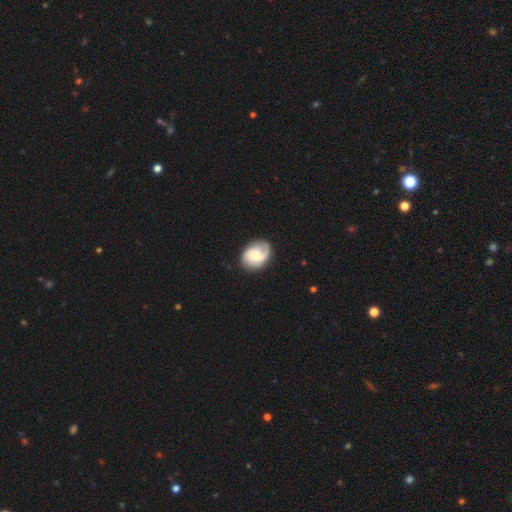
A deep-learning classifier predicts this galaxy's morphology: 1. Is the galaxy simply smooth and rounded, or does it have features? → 59% featured or disk, 35% smooth, 6% star or artifact.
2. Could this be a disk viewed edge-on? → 97% no, 3% yes.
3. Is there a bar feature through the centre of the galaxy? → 63% no, 32% weak, 6% strong.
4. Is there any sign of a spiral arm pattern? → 91% yes, 9% no.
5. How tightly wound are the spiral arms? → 41% medium, 31% tight, 28% loose.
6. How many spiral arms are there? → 61% 2, 20% 1, 11% can't tell, 4% 3, 1% 4, 1% more than 4.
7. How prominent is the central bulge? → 45% small, 42% moderate, 6% large, 5% none, 2% dominant.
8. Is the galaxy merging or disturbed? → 75% none, 18% minor disturbance, 6% major disturbance, 1% merger.